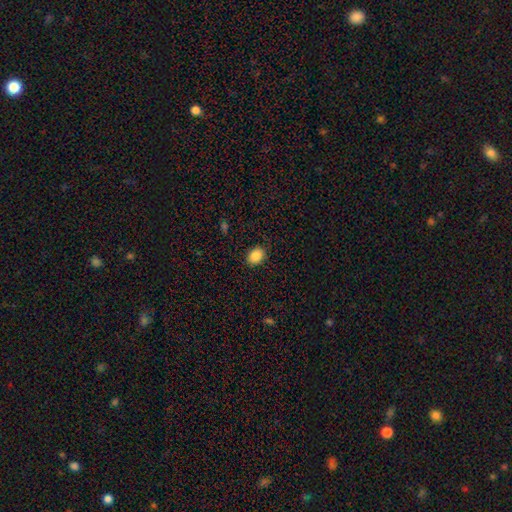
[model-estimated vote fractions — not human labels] smooth 88%, star or artifact 9%, featured or disk 4%. Down the decision tree: how rounded — in between (69%); merging — none (87%).